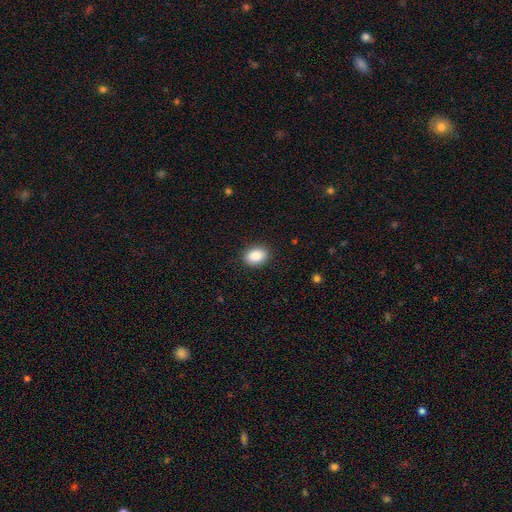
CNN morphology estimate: This appears to be a smooth galaxy with no disk features (86%) that is in between round and cigar-shaped (73%). Merging: none (89%).